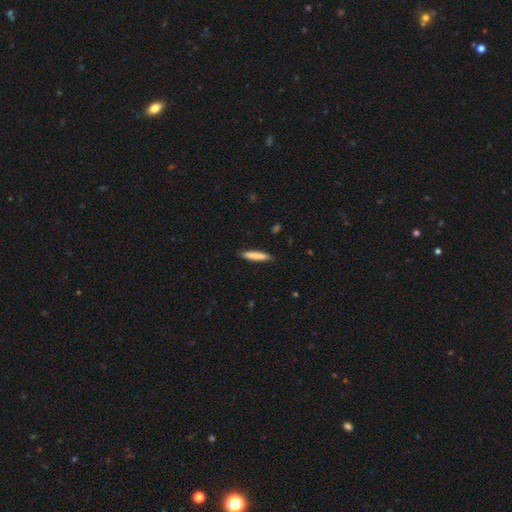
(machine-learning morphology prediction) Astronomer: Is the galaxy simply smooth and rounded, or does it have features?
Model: smooth — 83%.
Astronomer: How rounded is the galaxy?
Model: cigar-shaped — 90%.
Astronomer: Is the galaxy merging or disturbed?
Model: none — 89%.